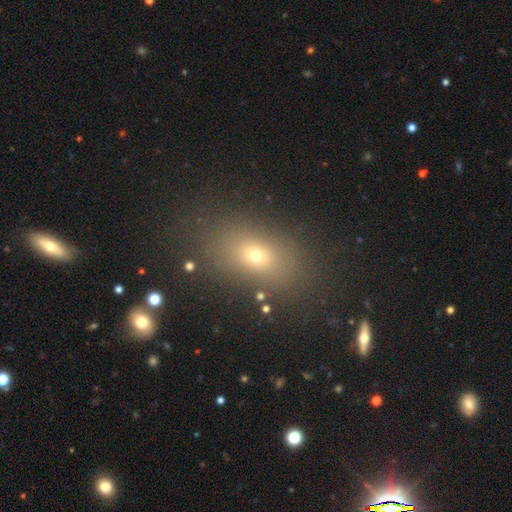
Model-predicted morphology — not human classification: A smooth galaxy with no disk features (67%) that is in between round and cigar-shaped (75%).

Vote fractions:
- Smooth or featured? smooth: 67% / star or artifact: 19% / featured or disk: 14%
- How rounded? in between: 75% / round: 23% / cigar-shaped: 3%
- Merging? none: 80% / minor disturbance: 11% / major disturbance: 7% / merger: 2%